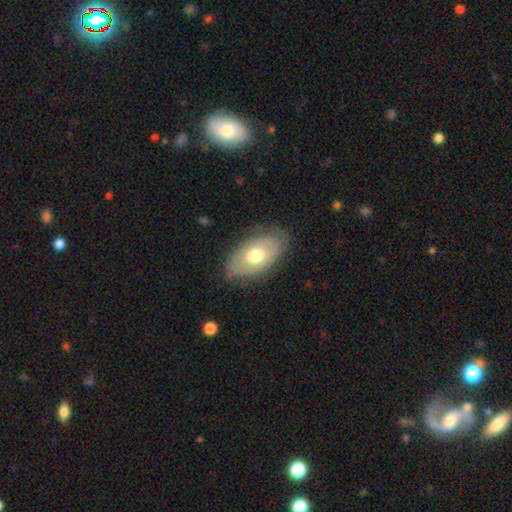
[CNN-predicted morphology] This appears to be a smooth galaxy with no disk features (53%) that is in between round and cigar-shaped (93%). Merging: none (75%).